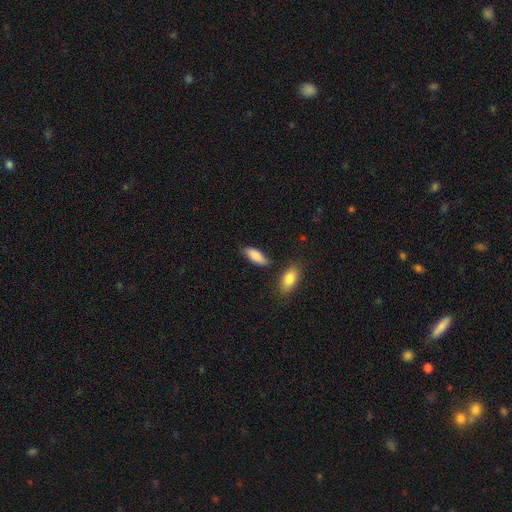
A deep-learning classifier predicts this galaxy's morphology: smooth_or_featured: smooth (p=0.86) [alt: featured or disk p=0.08]
how_rounded: in between (p=0.79) [alt: cigar-shaped p=0.19]
merging: none (p=0.73) [alt: minor disturbance p=0.17]